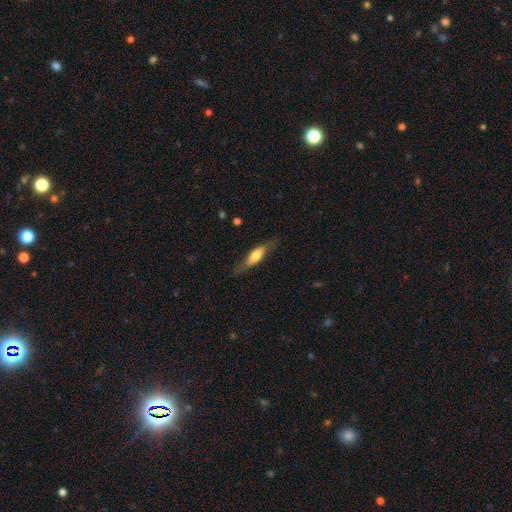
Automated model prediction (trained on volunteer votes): A featured or disk galaxy (49%).

Vote fractions:
- Smooth or featured? featured or disk: 49% / smooth: 45% / star or artifact: 6%
- Merging? none: 73% / minor disturbance: 20% / major disturbance: 6% / merger: 1%